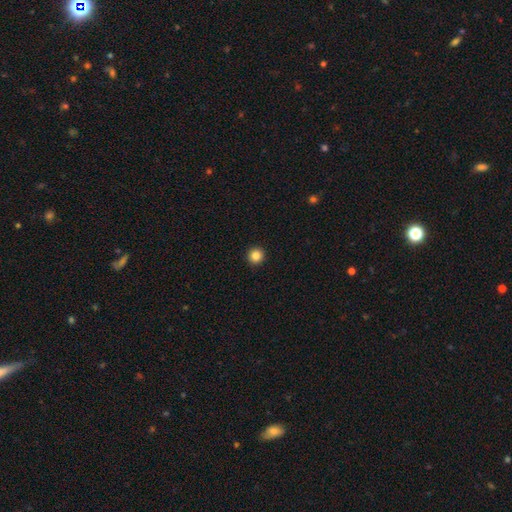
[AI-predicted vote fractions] This is clearly a smooth galaxy (84%). How rounded: clearly round (96%). Merging: clearly none (94%).